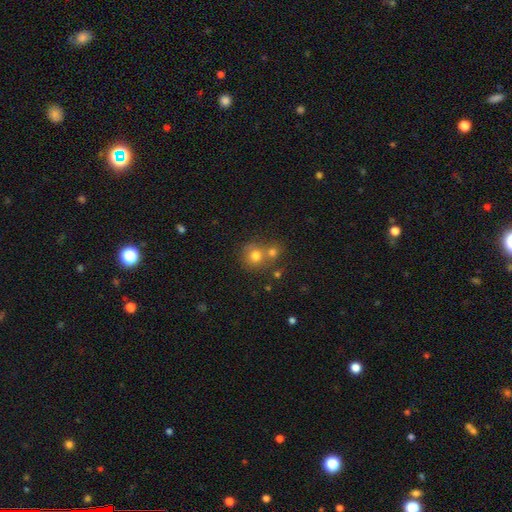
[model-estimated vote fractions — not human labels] Smooth or featured?
  - smooth: 75% *
  - star or artifact: 13%
  - featured or disk: 12%
How rounded?
  - round: 86% *
  - in between: 13%
  - cigar-shaped: 1%
Merging?
  - none: 48% *
  - merger: 39%
  - minor disturbance: 9%
  - major disturbance: 4%